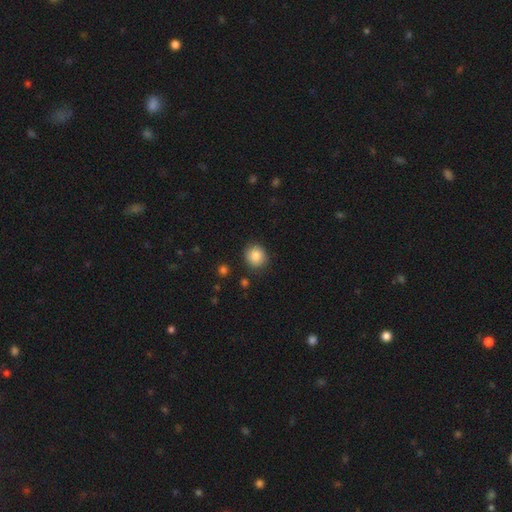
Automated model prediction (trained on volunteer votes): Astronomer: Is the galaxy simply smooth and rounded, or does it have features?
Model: smooth — 84%.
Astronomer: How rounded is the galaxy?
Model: round — 86%.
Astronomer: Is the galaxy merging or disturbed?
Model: none — 89%.